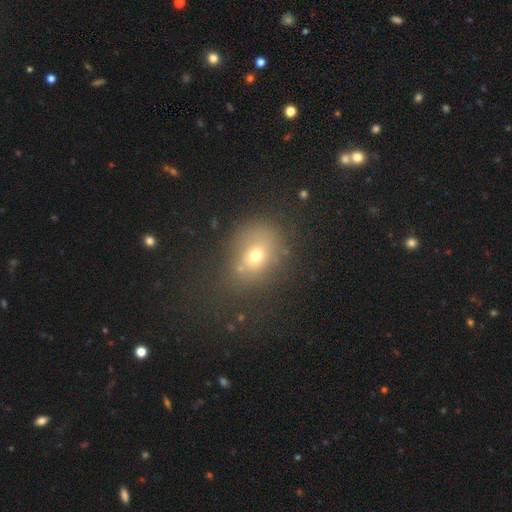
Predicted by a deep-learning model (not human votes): Smooth or featured? smooth (66%)
How rounded? round (54%)
Merging? none (62%)